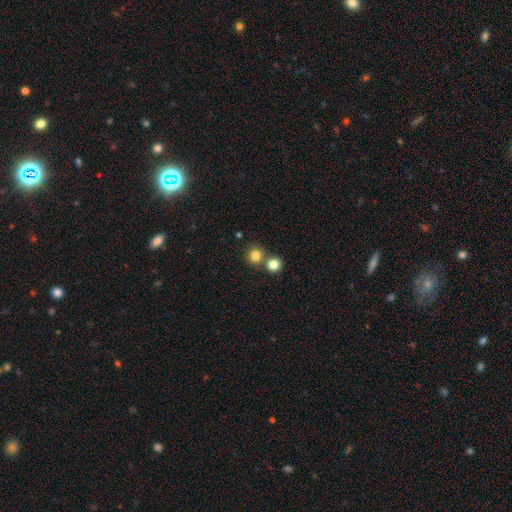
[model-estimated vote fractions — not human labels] A smooth galaxy with no disk features (81%) that is round (89%). Merging: none (65%).